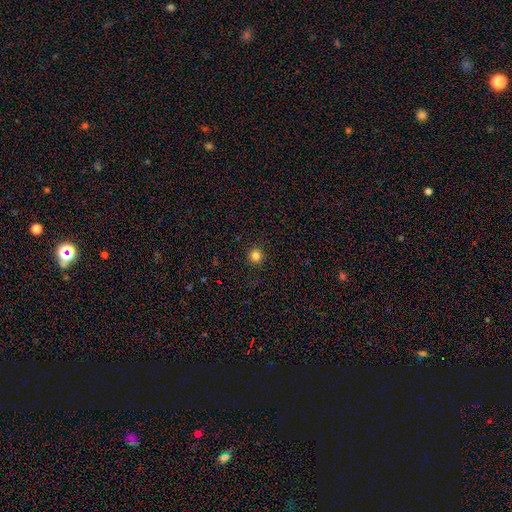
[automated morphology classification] Smooth or featured?
  - smooth: 83% *
  - star or artifact: 13%
  - featured or disk: 4%
How rounded?
  - round: 93% *
  - in between: 6%
  - cigar-shaped: 1%
Merging?
  - none: 92% *
  - minor disturbance: 5%
  - major disturbance: 2%
  - merger: 1%